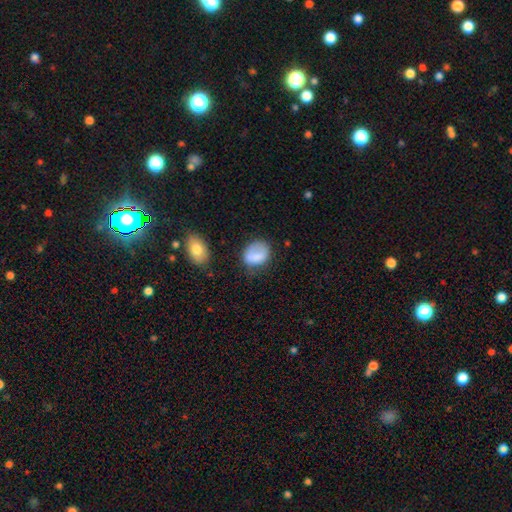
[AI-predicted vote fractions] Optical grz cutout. It shows a smooth galaxy with no disk features (78%) that is in between round and cigar-shaped (54%). Merging: none (55%).